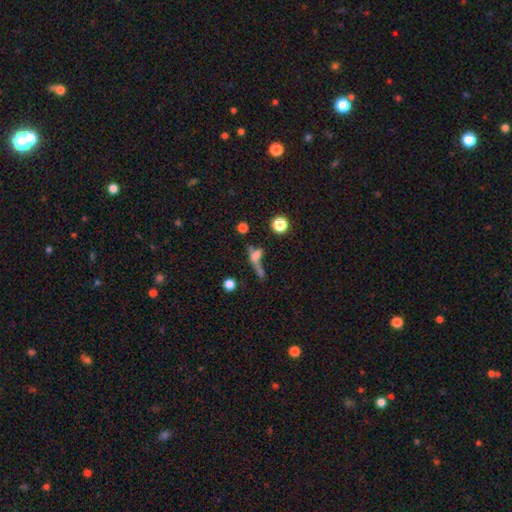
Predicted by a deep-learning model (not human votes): Morphology: type=smooth (49%); merging=none (36%).